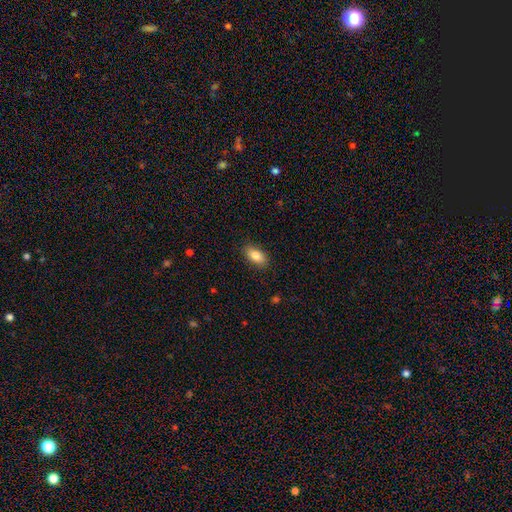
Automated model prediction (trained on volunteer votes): smooth_or_featured: smooth (p=0.84) [alt: featured or disk p=0.09]
how_rounded: in between (p=0.91) [alt: cigar-shaped p=0.04]
merging: none (p=0.87) [alt: minor disturbance p=0.10]